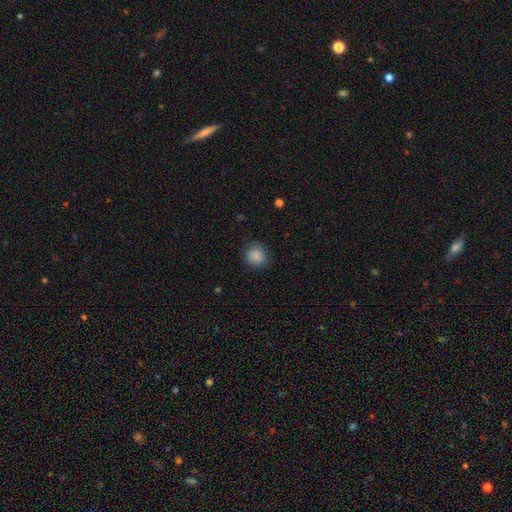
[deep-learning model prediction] smooth-or-featured: smooth: 88% | star or artifact: 9% | featured or disk: 4%
  how-rounded: round: 87% | in between: 12% | cigar-shaped: 1%
  merging: none: 85% | minor disturbance: 11% | major disturbance: 3% | merger: 1%